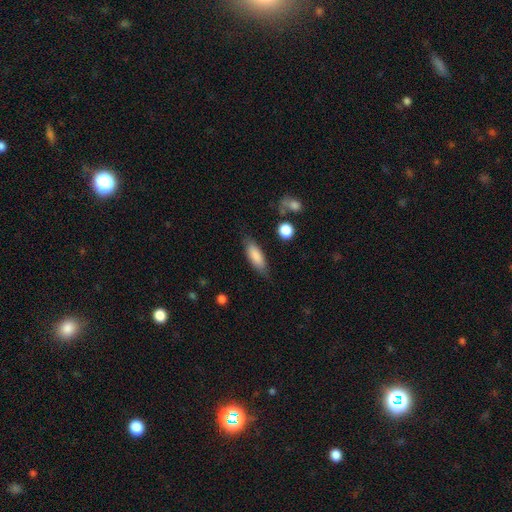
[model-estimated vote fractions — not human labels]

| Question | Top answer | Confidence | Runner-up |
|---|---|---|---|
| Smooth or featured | smooth | 83% | featured or disk (11%) |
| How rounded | in between | 60% | cigar-shaped (38%) |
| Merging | none | 79% | minor disturbance (15%) |